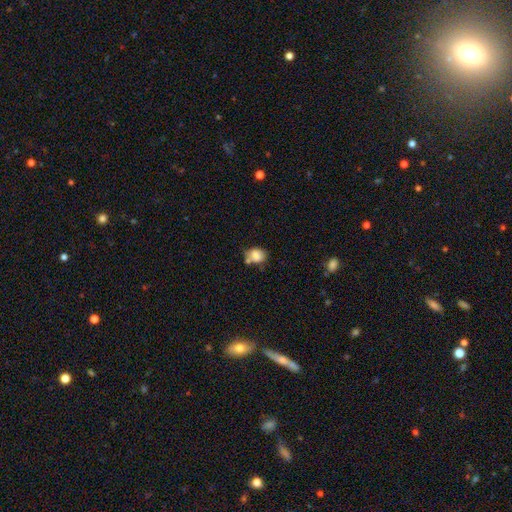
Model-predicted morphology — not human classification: Smooth or featured?
  - smooth: 82% *
  - star or artifact: 9%
  - featured or disk: 9%
How rounded?
  - round: 51% *
  - in between: 48%
  - cigar-shaped: 1%
Merging?
  - none: 51% *
  - minor disturbance: 22%
  - merger: 20%
  - major disturbance: 7%